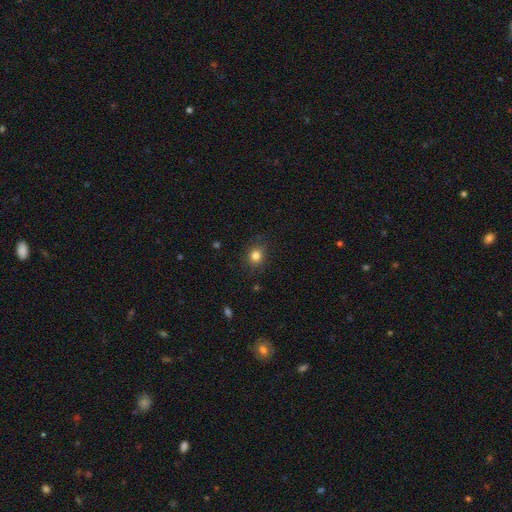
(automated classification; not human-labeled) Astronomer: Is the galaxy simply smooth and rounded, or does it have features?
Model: smooth — 82%.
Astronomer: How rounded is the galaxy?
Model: round — 75%.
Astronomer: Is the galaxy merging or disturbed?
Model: none — 83%.